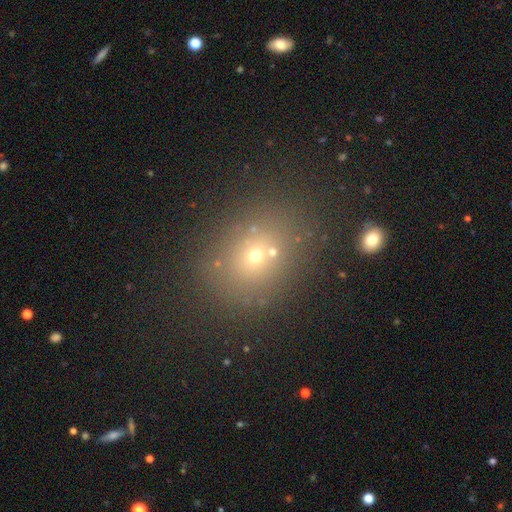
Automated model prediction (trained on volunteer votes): Overall: smooth (56%; star or artifact 30%). How rounded: round (61%; in between 38%). Merging: none (69%).